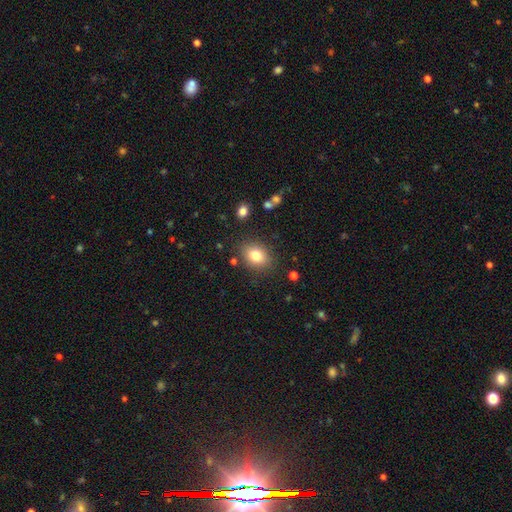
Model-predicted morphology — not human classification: Smooth or featured? smooth (80%)
How rounded? in between (63%)
Merging? none (84%)